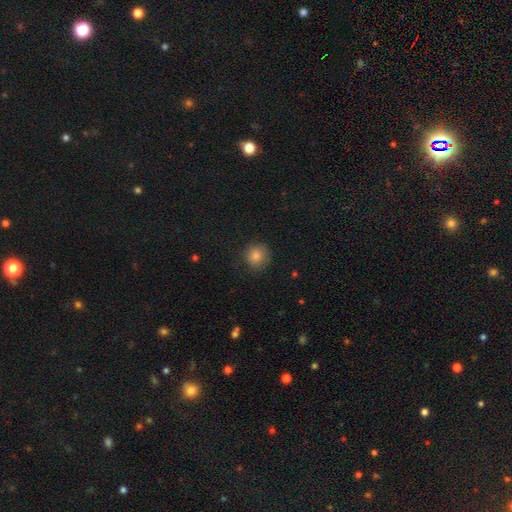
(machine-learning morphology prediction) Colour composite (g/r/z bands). It shows a smooth galaxy with no disk features (82%) that is round (91%). Merging: none (84%).